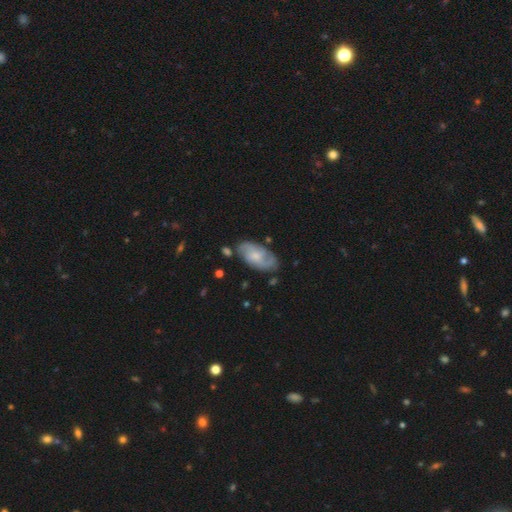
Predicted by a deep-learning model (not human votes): smooth_or_featured: featured or disk (p=0.66) [alt: smooth p=0.28]
disk_edge_on: no (p=0.95) [alt: yes p=0.05]
bar: no (p=0.62) [alt: weak p=0.33]
has_spiral_arms: yes (p=0.90) [alt: no p=0.10]
spiral_winding: medium (p=0.44) [alt: tight p=0.35]
spiral_arm_count: 2 (p=0.46) [alt: can't tell p=0.24]
bulge_size: small (p=0.52) [alt: moderate p=0.36]
merging: none (p=0.72) [alt: minor disturbance p=0.20]